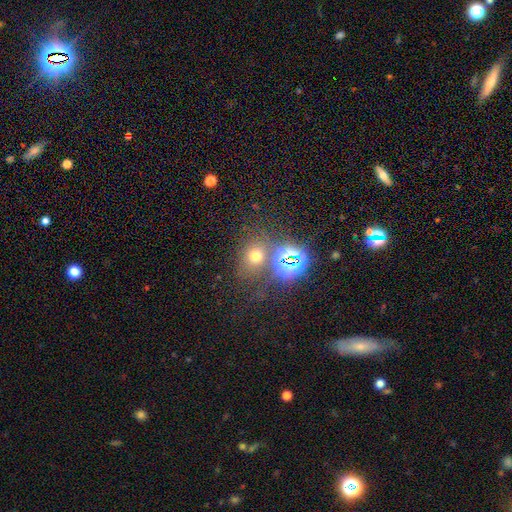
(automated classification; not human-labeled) Morphology: type=smooth (55%); roundness=round (70%); merging=none (64%).